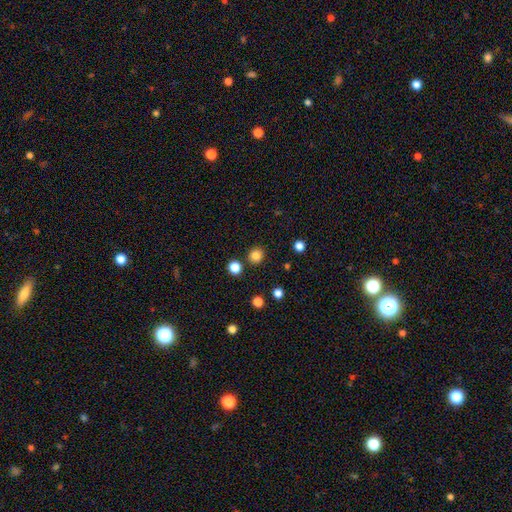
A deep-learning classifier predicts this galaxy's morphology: The model was most divided on "smooth or featured": smooth: 84%, star or artifact: 13%, featured or disk: 4%. More confident: how rounded — round (90%); merging — none (87%).